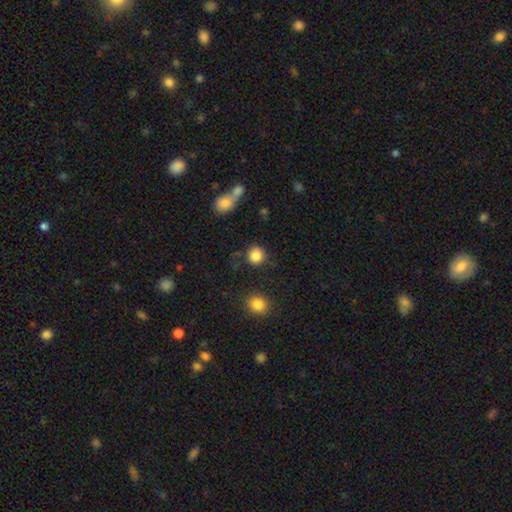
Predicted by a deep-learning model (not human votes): smooth 86%, star or artifact 10%, featured or disk 4%. Down the decision tree: how rounded — round (89%); merging — none (81%).